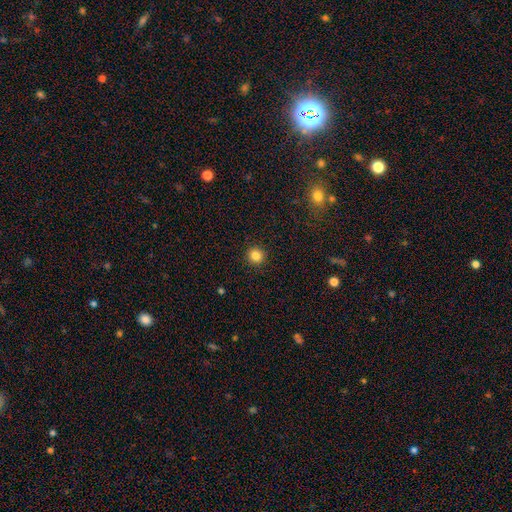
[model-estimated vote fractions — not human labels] This is clearly a smooth galaxy (84%). How rounded: clearly round (93%). Merging: clearly none (92%).